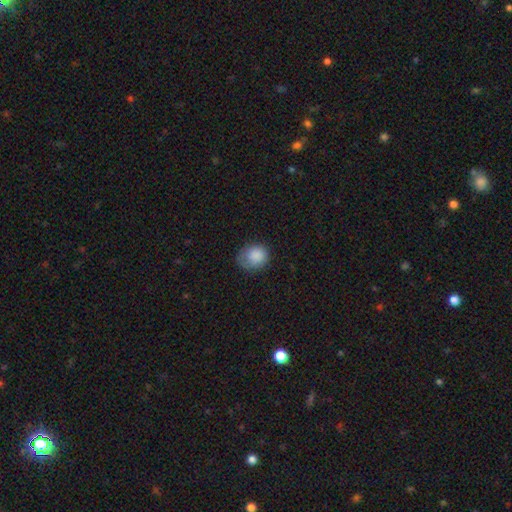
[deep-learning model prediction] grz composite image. It shows a smooth galaxy with no disk features (85%) that is round (61%). Merging: none (56%).